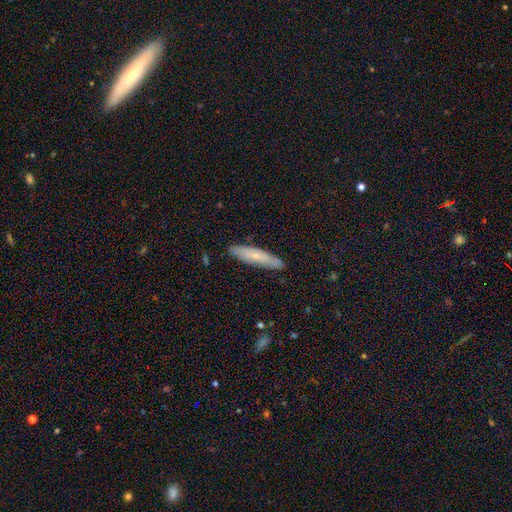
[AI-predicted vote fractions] Q: Smooth or featured?
A: smooth (59%); runner-up: featured or disk (35%)
Q: How rounded?
A: cigar-shaped (82%); runner-up: in between (16%)
Q: Merging?
A: none (86%); runner-up: minor disturbance (11%)